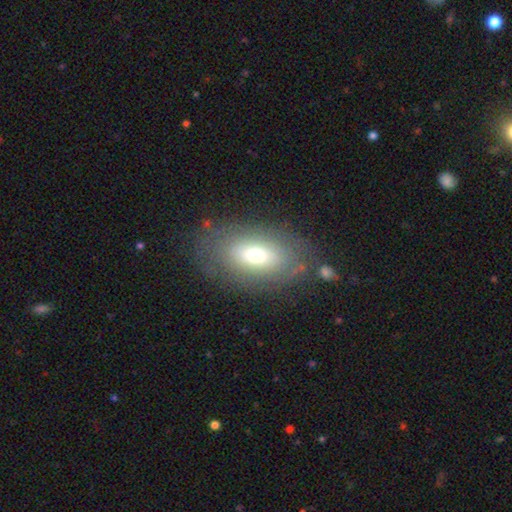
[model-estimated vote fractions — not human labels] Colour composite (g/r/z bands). It shows a smooth galaxy with no disk features (60%) that is in between round and cigar-shaped (89%). Merging: none (76%).